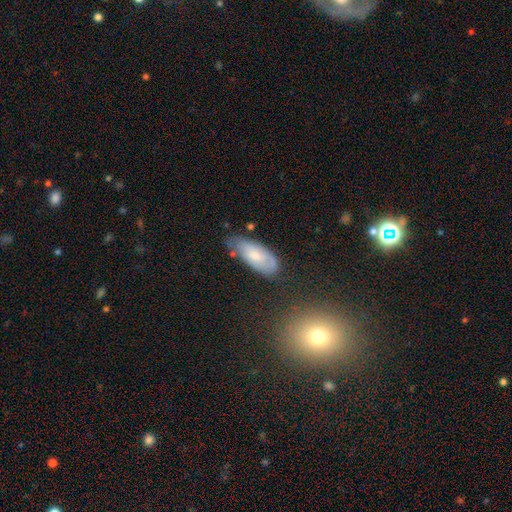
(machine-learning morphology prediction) A smooth galaxy with no disk features (64%) that is in between round and cigar-shaped (83%). Merging: none (57%).